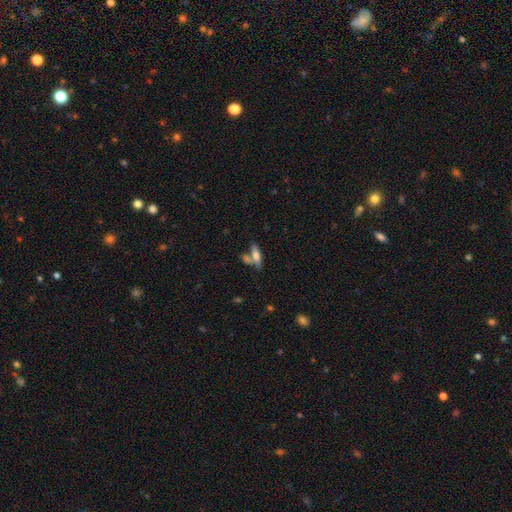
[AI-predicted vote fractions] This appears to be a smooth galaxy with no disk features (59%) that is cigar-shaped (52%). Merging: none (54%).